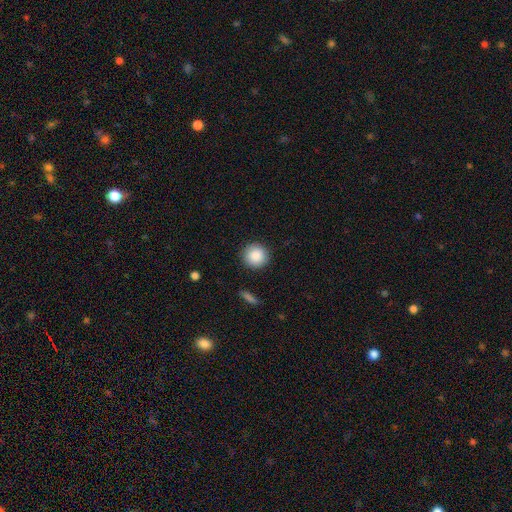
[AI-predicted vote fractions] Smooth or featured? smooth (88%)
How rounded? round (94%)
Merging? none (90%)